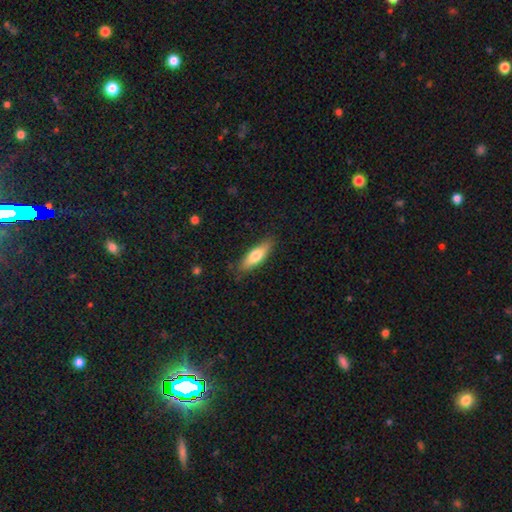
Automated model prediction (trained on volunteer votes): Smooth or featured? Predicted: smooth (p=0.69). How rounded? Predicted: cigar-shaped (p=0.51). Merging? Predicted: none (p=0.84).